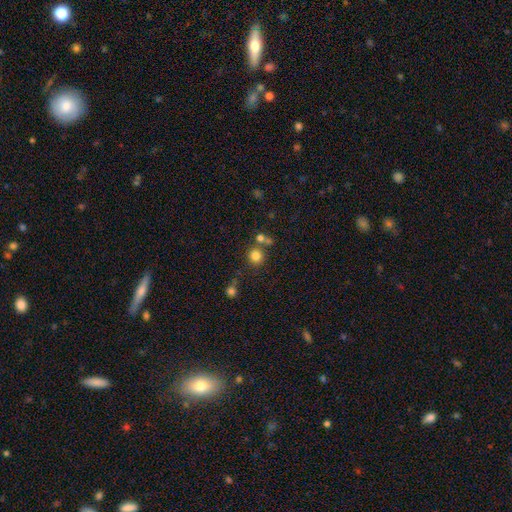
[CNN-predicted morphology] Q: Smooth or featured?
A: smooth (80%); runner-up: star or artifact (13%)
Q: How rounded?
A: round (90%); runner-up: in between (9%)
Q: Merging?
A: none (69%); runner-up: merger (18%)